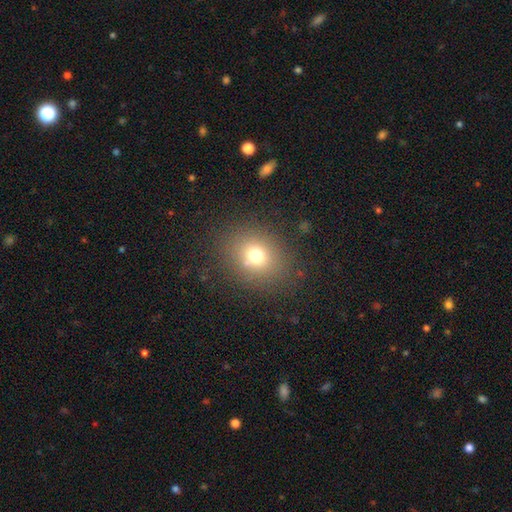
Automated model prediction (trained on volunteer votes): Smooth or featured? smooth (71%)
How rounded? round (62%)
Merging? none (82%)